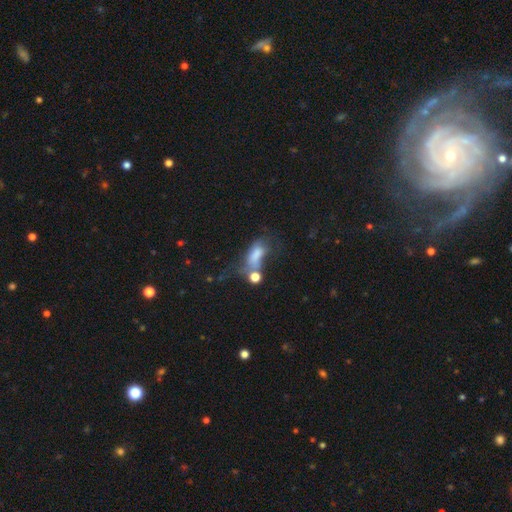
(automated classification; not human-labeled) Smooth or featured?
  - smooth: 62% *
  - featured or disk: 24%
  - star or artifact: 14%
How rounded?
  - in between: 80% *
  - cigar-shaped: 10%
  - round: 10%
Merging?
  - major disturbance: 34% *
  - merger: 32%
  - none: 18%
  - minor disturbance: 15%